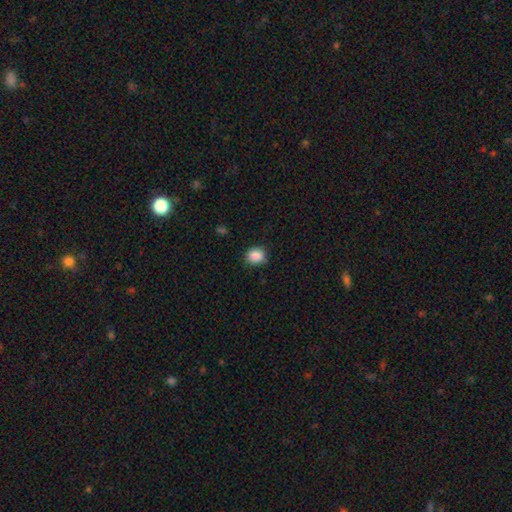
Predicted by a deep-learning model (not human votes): This appears to be a smooth galaxy with no disk features (87%) that is round (73%). Merging: none (78%).